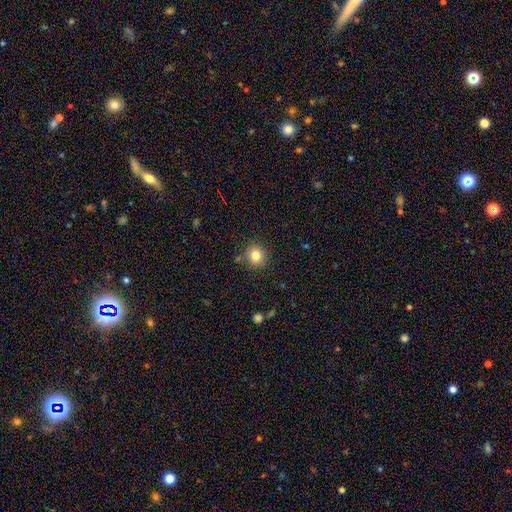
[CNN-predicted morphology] This appears to be a smooth galaxy with no disk features (81%) that is round (88%). Merging: none (83%).